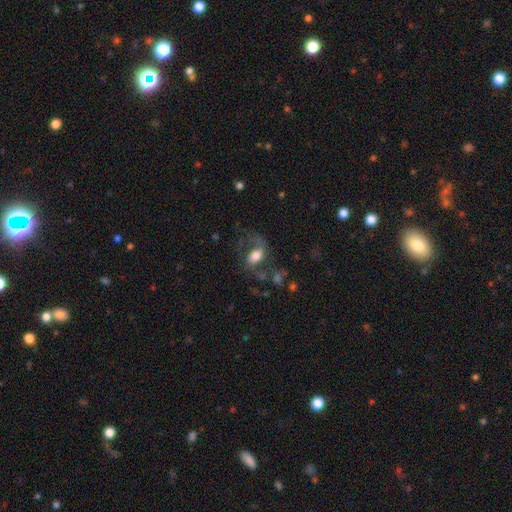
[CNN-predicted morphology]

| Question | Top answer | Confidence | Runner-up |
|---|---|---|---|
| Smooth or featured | featured or disk | 52% | smooth (39%) |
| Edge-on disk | no | 94% | yes (6%) |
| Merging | none | 46% | major disturbance (30%) |